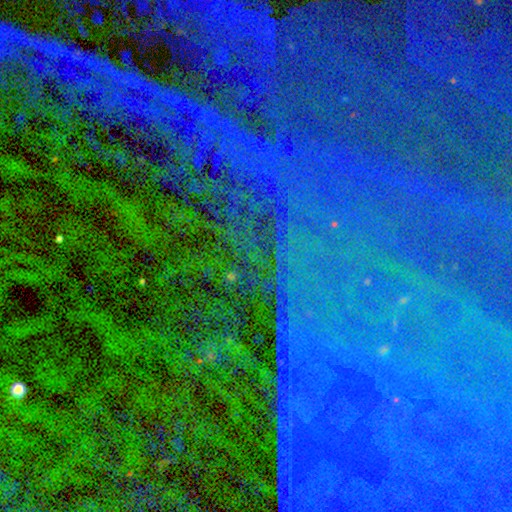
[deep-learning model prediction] Smooth or featured? star or artifact (86%)